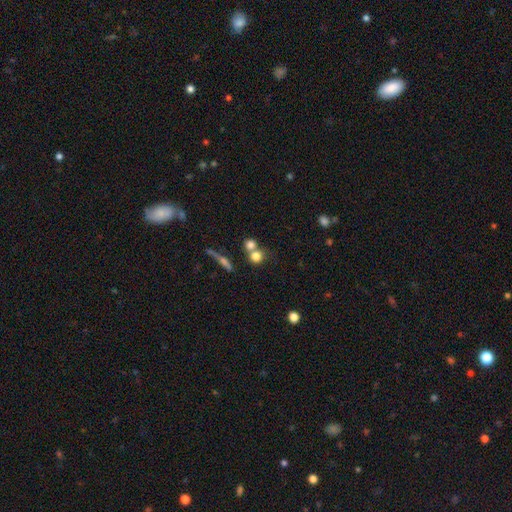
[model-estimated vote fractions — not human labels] Morphology: type=smooth (76%); roundness=round (82%); merging=none (48%).